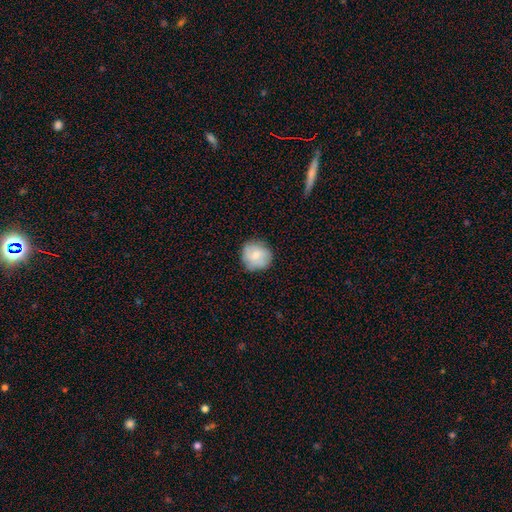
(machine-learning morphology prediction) type=smooth (70%); roundness=round (89%); merging=none (80%).